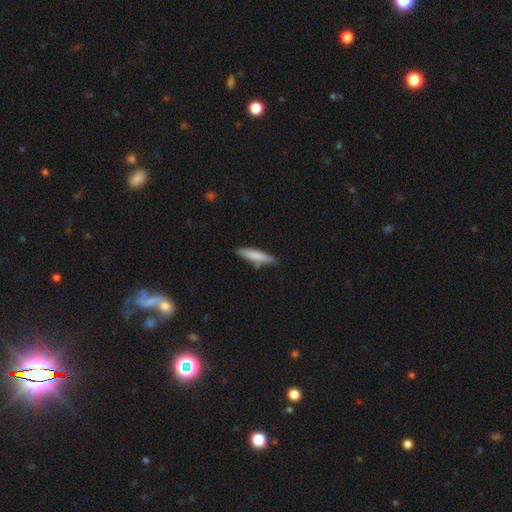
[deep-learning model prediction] Overall: smooth (79%). How rounded: cigar-shaped (85%). Merging: none (77%).